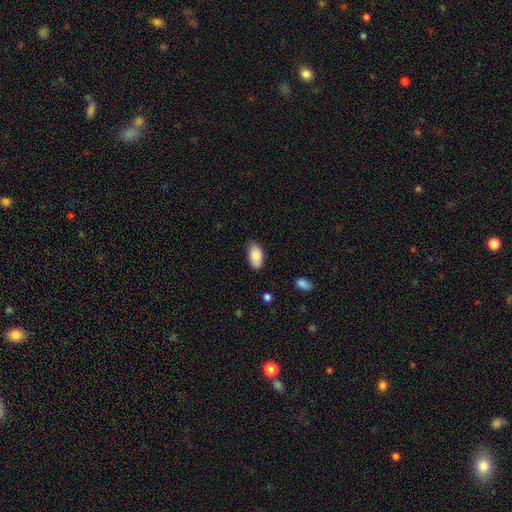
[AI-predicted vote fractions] A smooth galaxy with no disk features (88%) that is in between round and cigar-shaped (94%).

Vote fractions:
- Smooth or featured? smooth: 88% / star or artifact: 7% / featured or disk: 5%
- How rounded? in between: 94% / round: 3% / cigar-shaped: 2%
- Merging? none: 70% / minor disturbance: 25% / major disturbance: 4% / merger: 1%